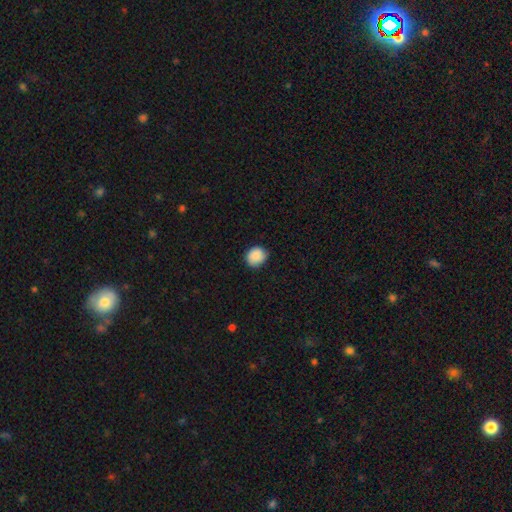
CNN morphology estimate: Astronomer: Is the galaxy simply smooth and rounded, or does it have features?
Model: smooth — 88%.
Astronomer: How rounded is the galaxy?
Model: round — 78%.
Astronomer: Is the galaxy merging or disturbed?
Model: none — 81%.